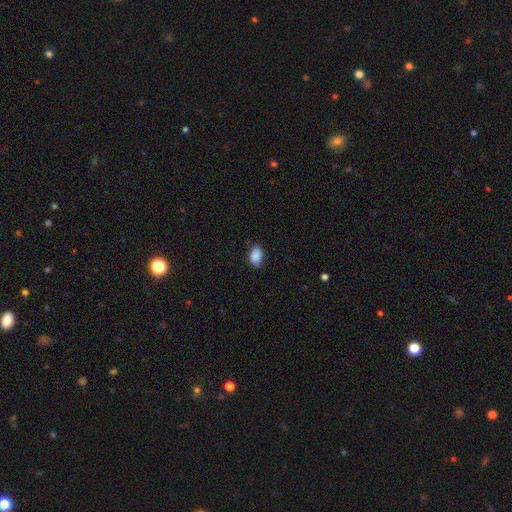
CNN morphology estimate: type=smooth (89%); roundness=in between (90%); merging=none (77%).